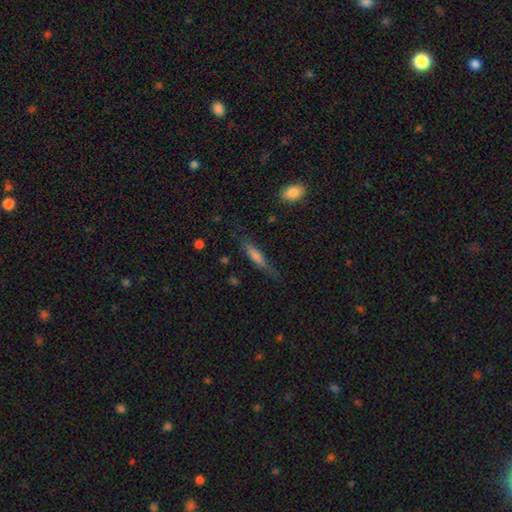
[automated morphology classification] Smooth or featured?
  - smooth: 47% *
  - featured or disk: 41%
  - star or artifact: 13%
Merging?
  - none: 73% *
  - minor disturbance: 19%
  - major disturbance: 6%
  - merger: 2%